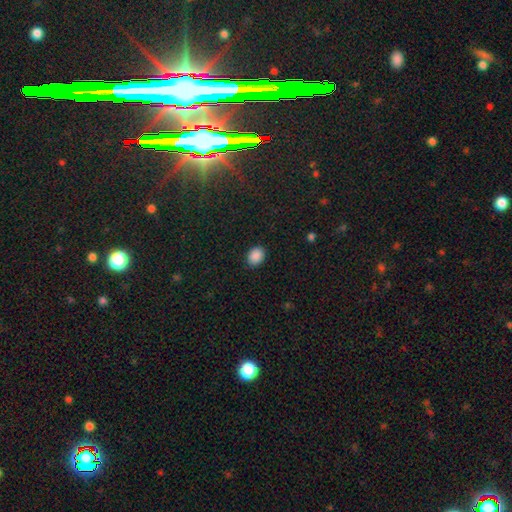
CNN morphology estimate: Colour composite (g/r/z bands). It shows a smooth galaxy with no disk features (89%) that is in between round and cigar-shaped (61%). Merging: none (88%).